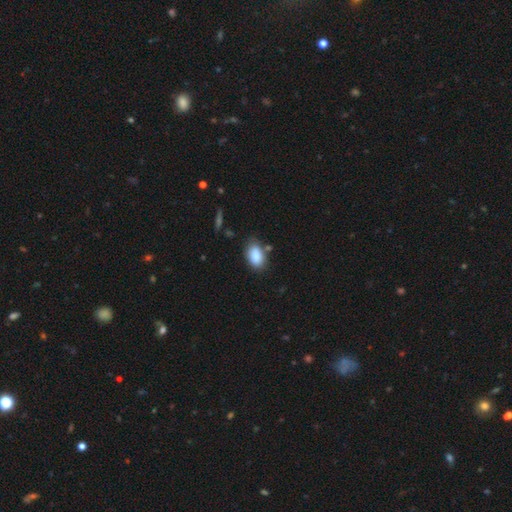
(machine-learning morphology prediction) type=smooth (87%); roundness=in between (91%); merging=none (72%).